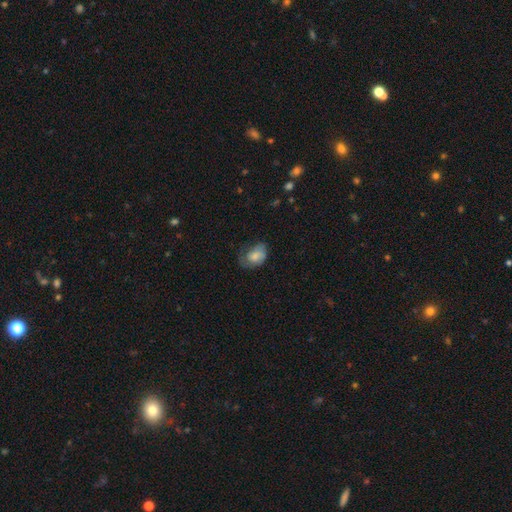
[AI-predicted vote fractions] The model was most divided on "merging": none: 40%, minor disturbance: 35%, major disturbance: 23%, merger: 2%. More confident: how rounded — in between (79%); smooth or featured — smooth (71%).